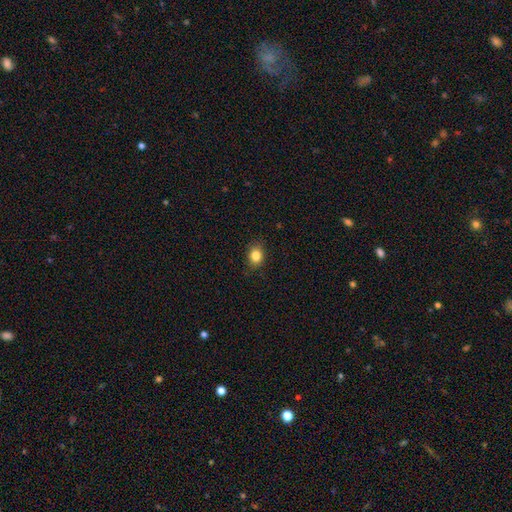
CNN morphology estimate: smooth-or-featured: smooth: 84% | star or artifact: 10% | featured or disk: 6%
  how-rounded: in between: 55% | round: 44% | cigar-shaped: 1%
  merging: none: 85% | minor disturbance: 11% | major disturbance: 2% | merger: 1%